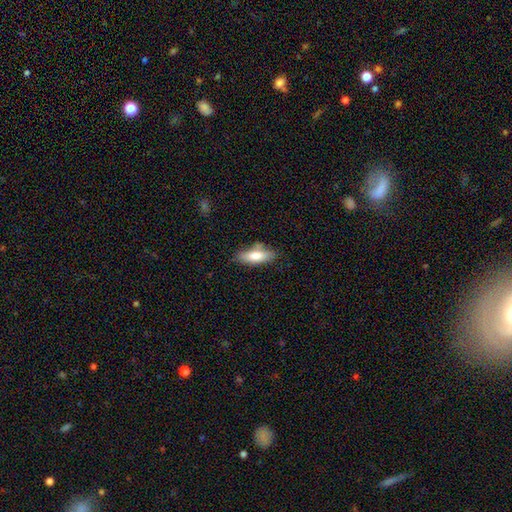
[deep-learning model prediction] Smooth or featured? Predicted: smooth (p=0.76). How rounded? Predicted: in between (p=0.63). Merging? Predicted: none (p=0.69).